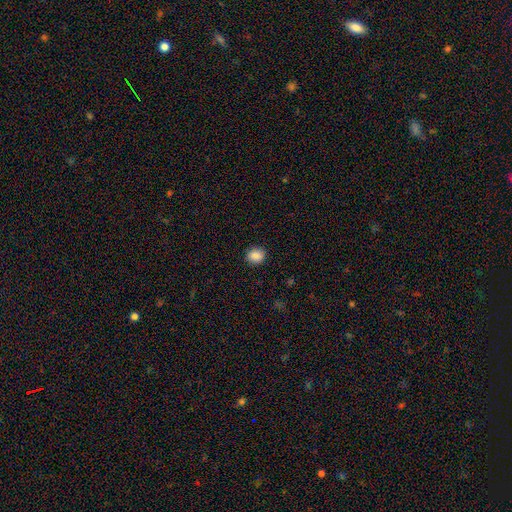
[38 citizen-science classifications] A smooth galaxy with no disk features (89%) that is round (65%). Merging: none (94%).